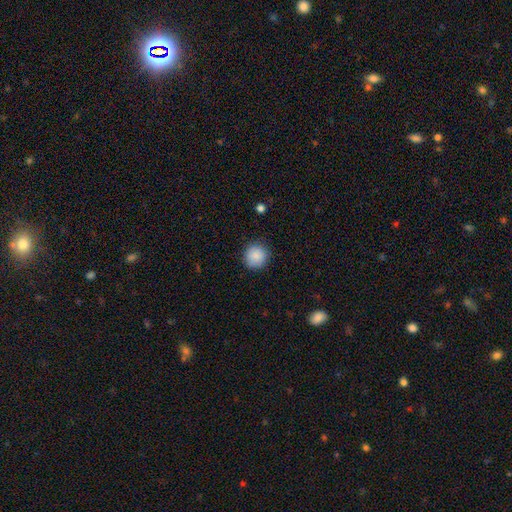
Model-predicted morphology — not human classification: smooth 88%, star or artifact 8%, featured or disk 4%. Down the decision tree: how rounded — round (92%); merging — none (87%).